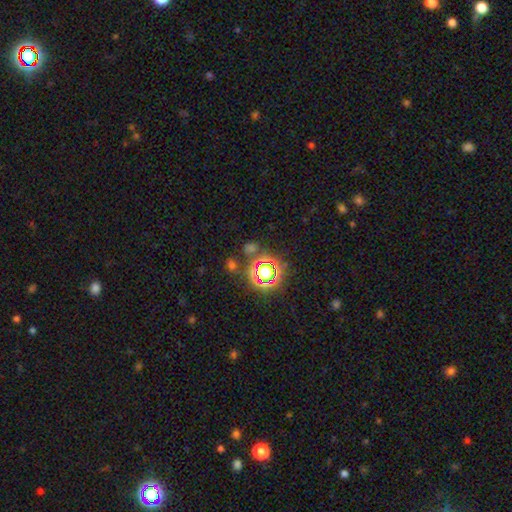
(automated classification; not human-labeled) Smooth or featured? star or artifact (75%)